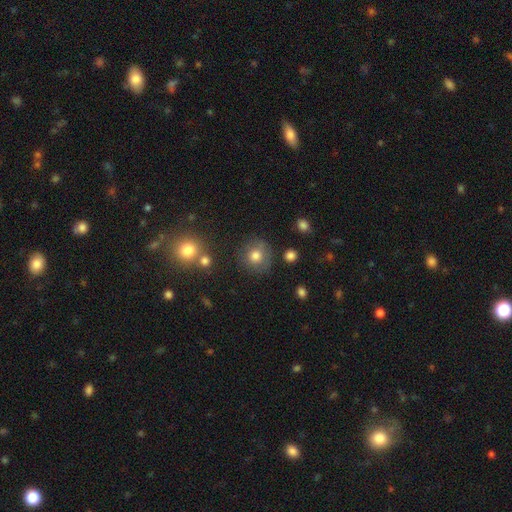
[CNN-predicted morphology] Smooth or featured? Predicted: smooth (p=0.76). How rounded? Predicted: round (p=0.89). Merging? Predicted: none (p=0.76).